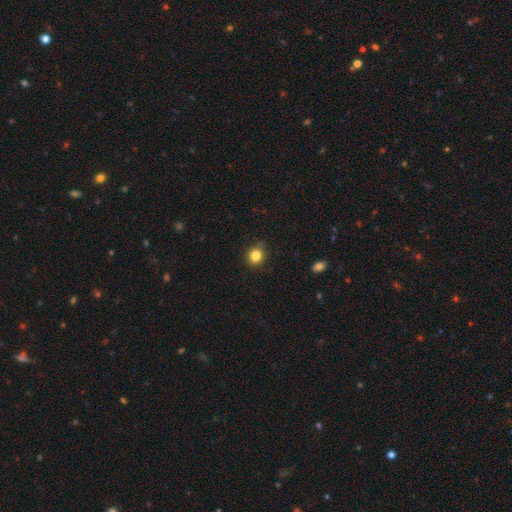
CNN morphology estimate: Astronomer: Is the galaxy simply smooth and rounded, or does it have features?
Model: smooth — 83%.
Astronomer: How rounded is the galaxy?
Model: round — 79%.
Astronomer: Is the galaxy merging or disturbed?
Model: none — 81%.